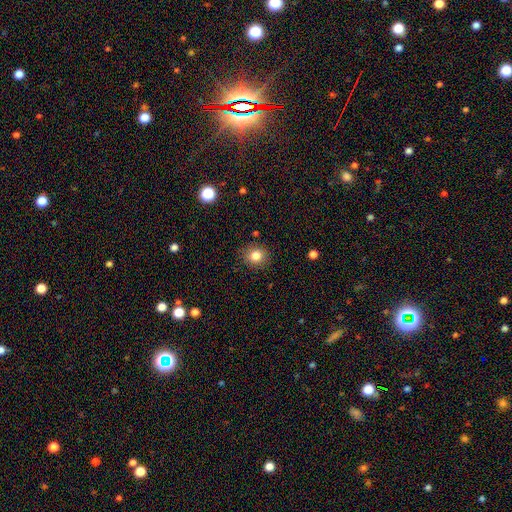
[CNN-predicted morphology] This appears to be a smooth galaxy with no disk features (82%) that is round (83%). Merging: none (87%).